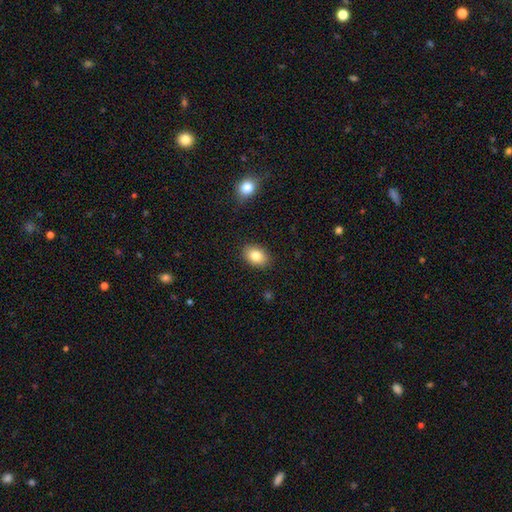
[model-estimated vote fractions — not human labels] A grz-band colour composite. It shows a smooth galaxy with no disk features (82%) that is in between round and cigar-shaped (75%). Merging: none (88%).